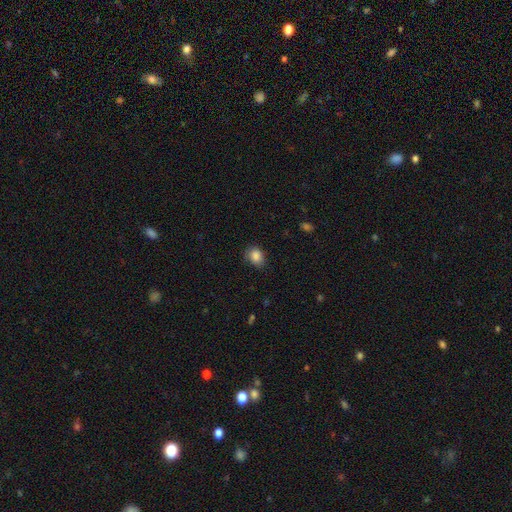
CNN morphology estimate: A smooth galaxy with no disk features (86%) that is in between round and cigar-shaped (58%).

Vote fractions:
- Smooth or featured? smooth: 86% / star or artifact: 9% / featured or disk: 5%
- How rounded? in between: 58% / round: 41% / cigar-shaped: 1%
- Merging? none: 72% / minor disturbance: 22% / major disturbance: 4% / merger: 1%